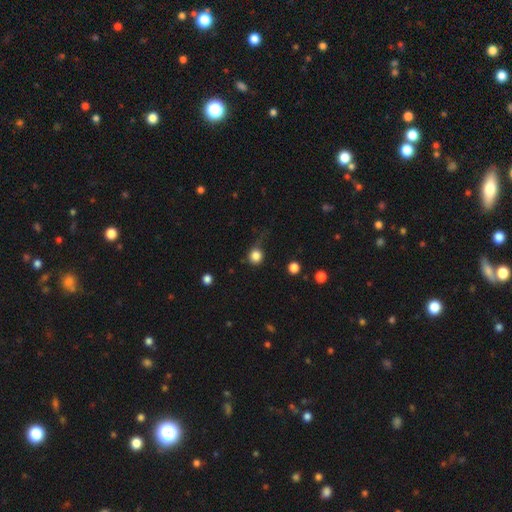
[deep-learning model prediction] Smooth or featured? Predicted: smooth (p=0.84). How rounded? Predicted: round (p=0.89). Merging? Predicted: none (p=0.59).